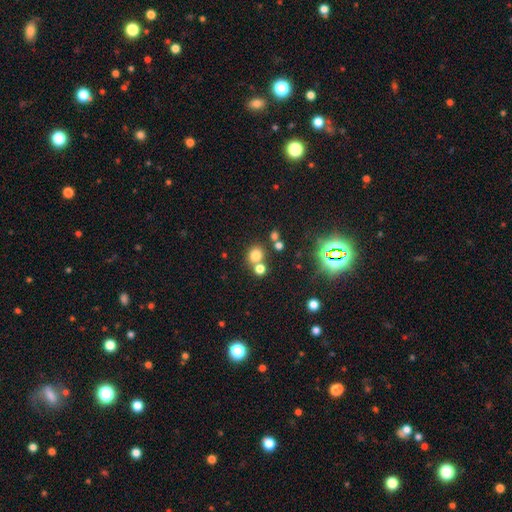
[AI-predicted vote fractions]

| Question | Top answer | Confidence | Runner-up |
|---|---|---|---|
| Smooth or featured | smooth | 73% | star or artifact (19%) |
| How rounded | round | 82% | in between (17%) |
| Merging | none | 61% | merger (28%) |